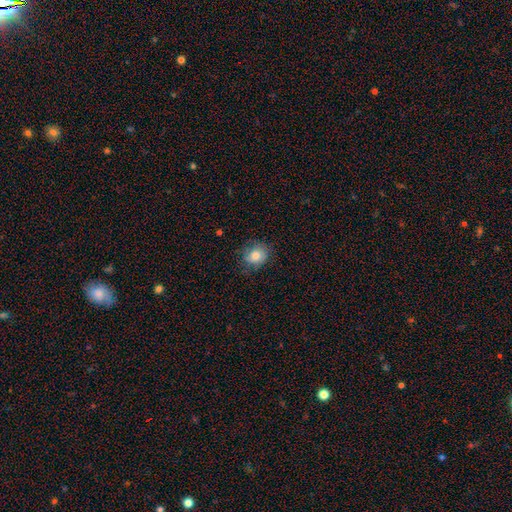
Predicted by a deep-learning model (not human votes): Smooth or featured? smooth (79%)
How rounded? round (67%)
Merging? none (74%)